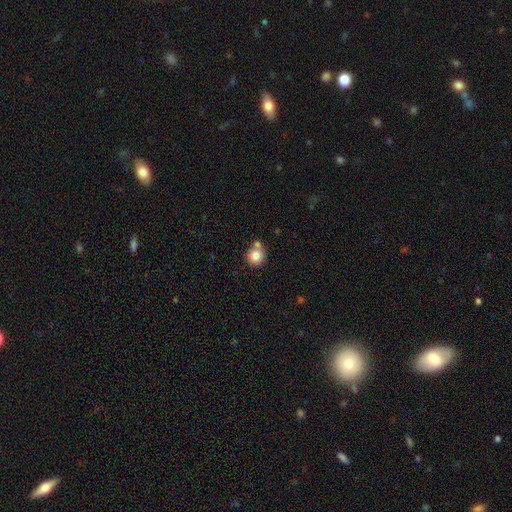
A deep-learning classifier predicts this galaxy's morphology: Smooth or featured?
  - smooth: 81% *
  - featured or disk: 10%
  - star or artifact: 9%
How rounded?
  - round: 88% *
  - in between: 11%
  - cigar-shaped: 1%
Merging?
  - none: 56% *
  - merger: 28%
  - minor disturbance: 12%
  - major disturbance: 4%